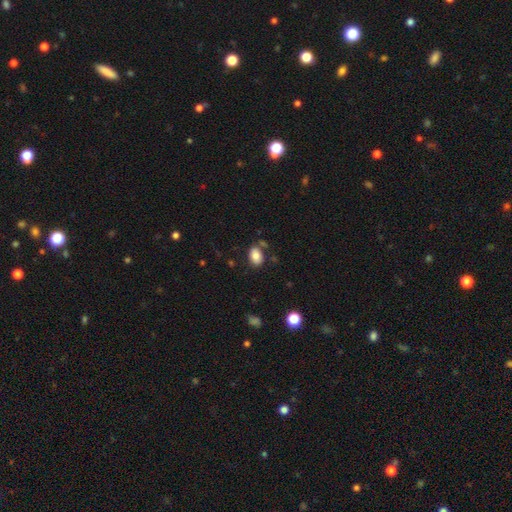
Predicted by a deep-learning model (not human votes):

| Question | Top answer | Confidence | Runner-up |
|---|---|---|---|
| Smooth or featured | smooth | 83% | featured or disk (8%) |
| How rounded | in between | 85% | round (14%) |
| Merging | none | 74% | minor disturbance (14%) |